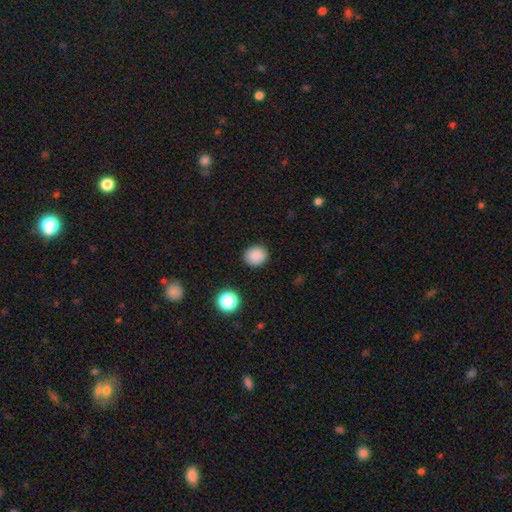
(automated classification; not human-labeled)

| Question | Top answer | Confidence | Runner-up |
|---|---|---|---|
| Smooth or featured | smooth | 87% | star or artifact (10%) |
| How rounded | round | 80% | in between (19%) |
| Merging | none | 90% | minor disturbance (6%) |